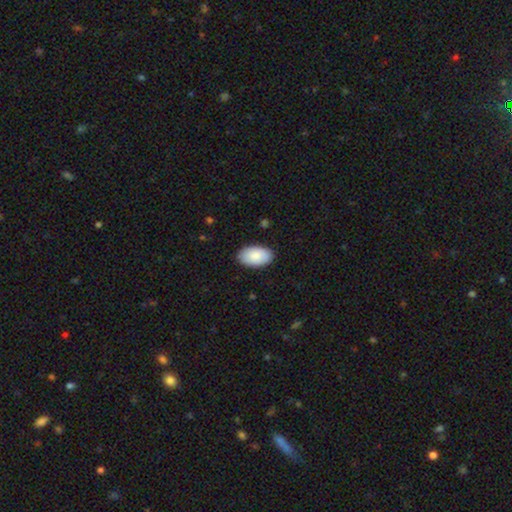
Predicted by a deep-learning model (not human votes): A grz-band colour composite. It shows a smooth galaxy with no disk features (87%) that is in between round and cigar-shaped (96%). Merging: none (88%).